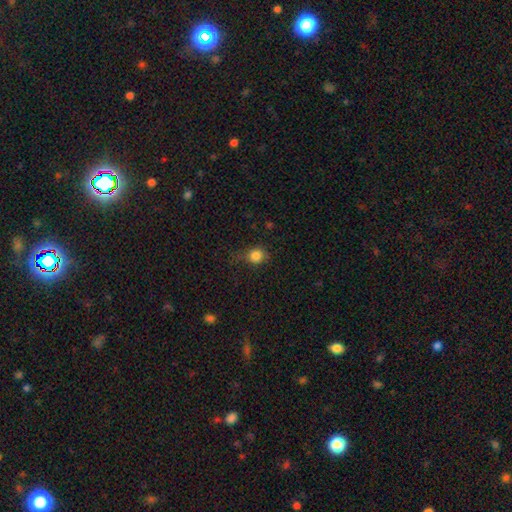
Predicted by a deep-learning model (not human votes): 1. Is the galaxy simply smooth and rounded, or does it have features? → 83% smooth, 11% star or artifact, 6% featured or disk.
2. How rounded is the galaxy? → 81% round, 18% in between, 1% cigar-shaped.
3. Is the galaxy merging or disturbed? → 64% none, 25% minor disturbance, 9% major disturbance, 2% merger.